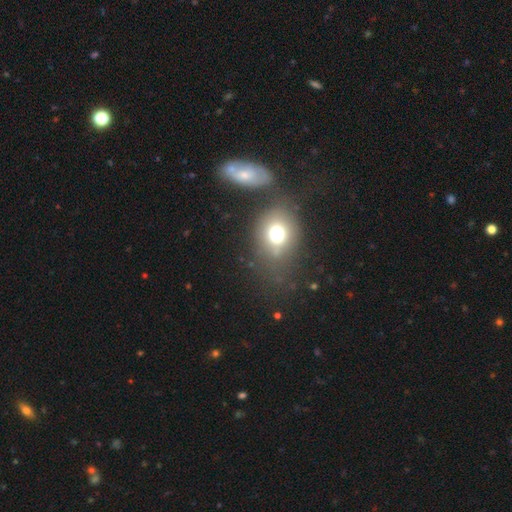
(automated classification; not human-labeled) Smooth or featured? smooth (58%)
How rounded? in between (55%)
Merging? none (47%)